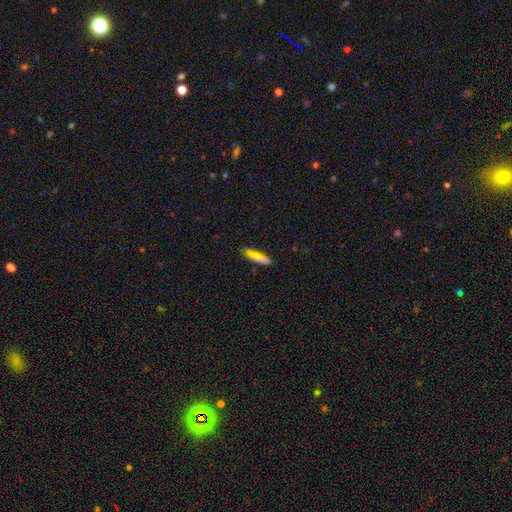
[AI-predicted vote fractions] Smooth or featured? Predicted: smooth (p=0.74). How rounded? Predicted: cigar-shaped (p=0.56). Merging? Predicted: none (p=0.79).